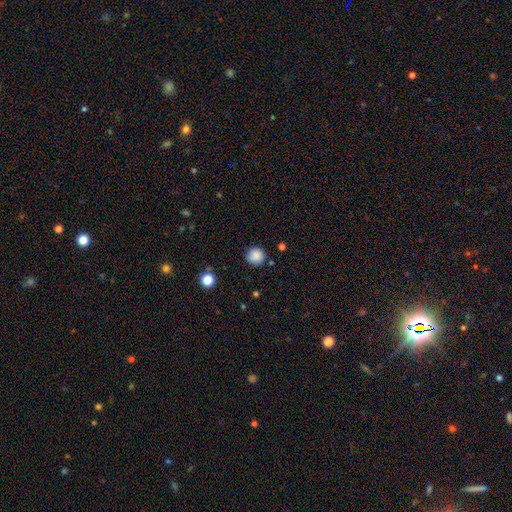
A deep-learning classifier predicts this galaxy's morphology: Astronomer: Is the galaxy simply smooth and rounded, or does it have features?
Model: smooth — 86%.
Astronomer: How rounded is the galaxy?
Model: round — 93%.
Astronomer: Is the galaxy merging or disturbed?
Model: none — 85%.